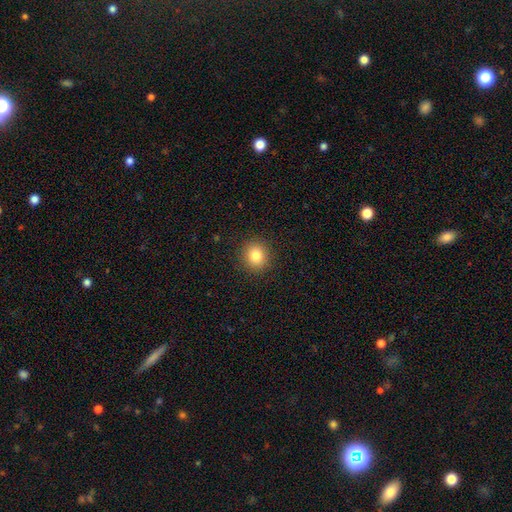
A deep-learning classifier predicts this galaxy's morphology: Overall: smooth (83%). How rounded: round (86%). Merging: none (91%).